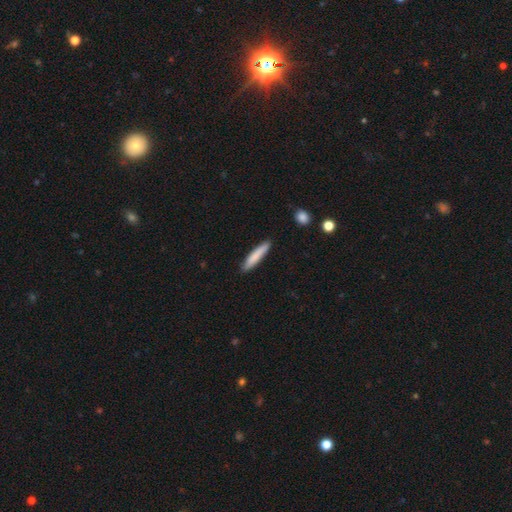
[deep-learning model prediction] This is clearly a smooth galaxy (82%). How rounded: clearly cigar-shaped (89%). Merging: clearly none (88%).